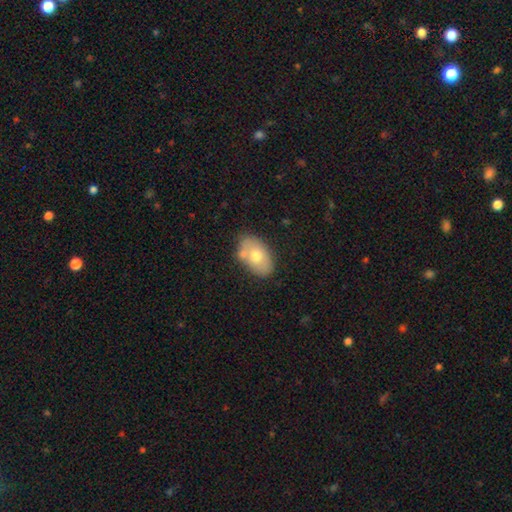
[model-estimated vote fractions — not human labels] Overall: smooth (65%; featured or disk 28%). How rounded: in between (90%). Merging: none (65%).